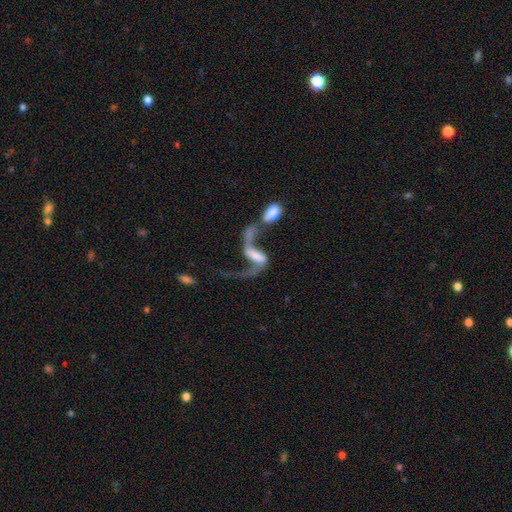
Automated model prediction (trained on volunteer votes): featured or disk 68%, smooth 23%, star or artifact 9%. Down the decision tree: edge-on disk — no (92%); bar — no (36%); spiral arms — yes (75%); bulge size — none (39%); merging — merger (60%).